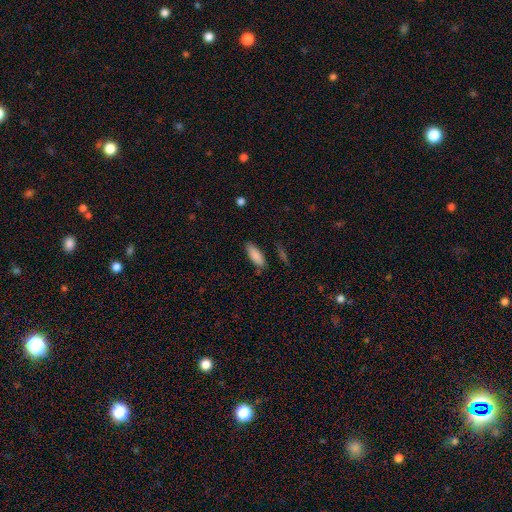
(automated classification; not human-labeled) smooth-or-featured: smooth: 87% | star or artifact: 7% | featured or disk: 6%
  how-rounded: in between: 67% | cigar-shaped: 31% | round: 2%
  merging: none: 80% | minor disturbance: 14% | major disturbance: 3% | merger: 3%